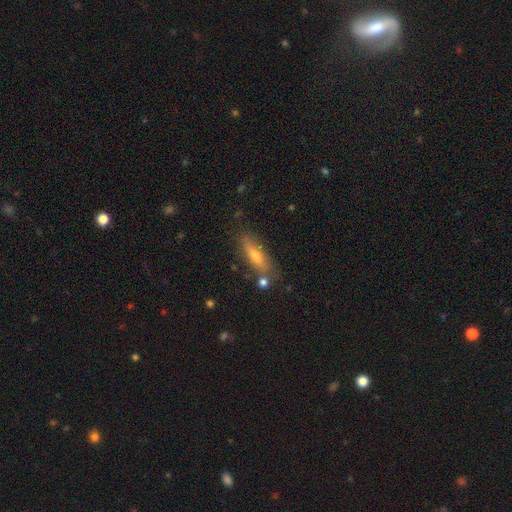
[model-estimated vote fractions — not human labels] This appears to be a smooth galaxy with no disk features (57%) that is cigar-shaped (55%). Merging: none (76%).